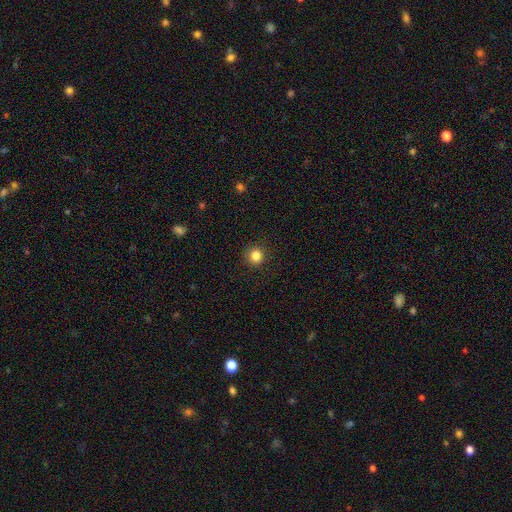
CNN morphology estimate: Smooth or featured?
  - smooth: 85% *
  - star or artifact: 11%
  - featured or disk: 4%
How rounded?
  - round: 92% *
  - in between: 7%
  - cigar-shaped: 1%
Merging?
  - none: 90% *
  - minor disturbance: 6%
  - major disturbance: 2%
  - merger: 1%